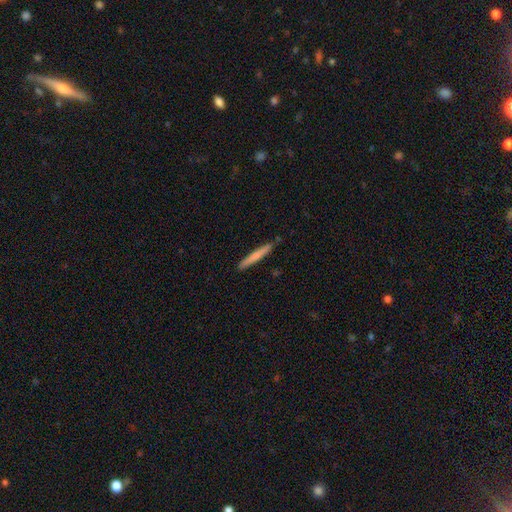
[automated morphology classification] A smooth galaxy with no disk features (69%) that is cigar-shaped (96%). Merging: none (89%).